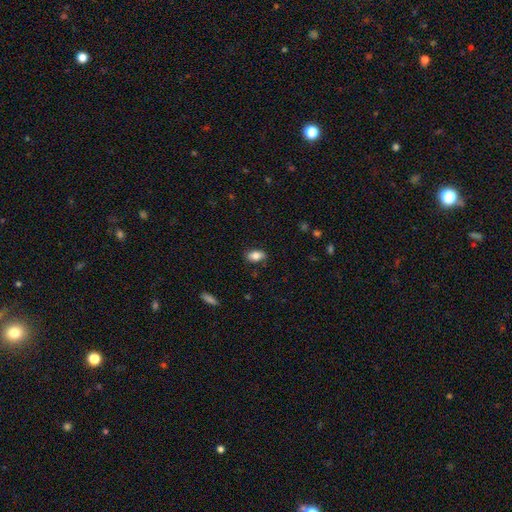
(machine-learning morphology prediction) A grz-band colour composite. It shows a smooth galaxy with no disk features (81%) that is in between round and cigar-shaped (90%). Merging: none (83%).